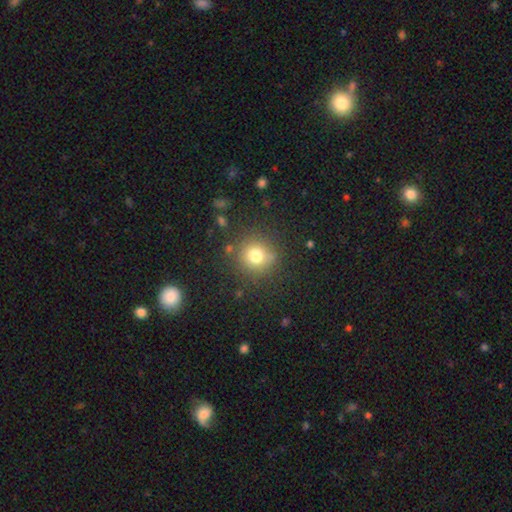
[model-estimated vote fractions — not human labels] Q: Smooth or featured?
A: smooth (76%); runner-up: star or artifact (15%)
Q: How rounded?
A: round (91%); runner-up: in between (8%)
Q: Merging?
A: none (82%); runner-up: minor disturbance (10%)